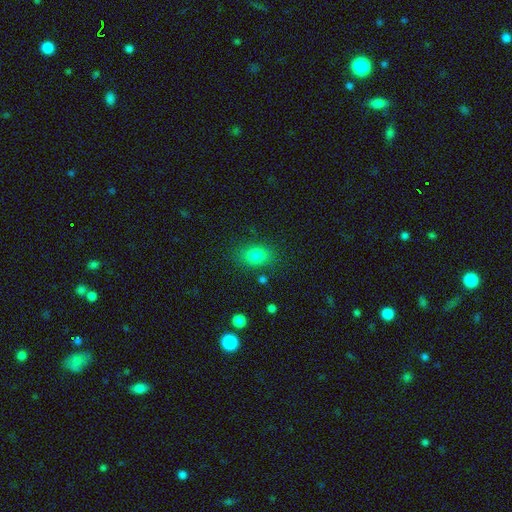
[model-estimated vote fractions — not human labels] Q: Smooth or featured?
A: smooth (81%); runner-up: star or artifact (11%)
Q: How rounded?
A: in between (69%); runner-up: round (30%)
Q: Merging?
A: none (81%); runner-up: minor disturbance (13%)